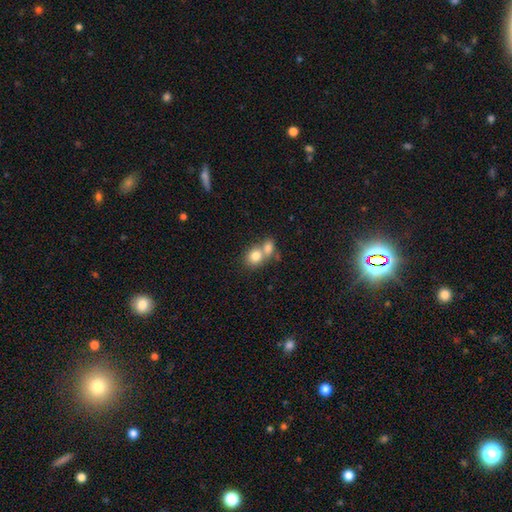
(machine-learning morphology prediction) smooth_or_featured: smooth (p=0.78) [alt: featured or disk p=0.13]
how_rounded: round (p=0.68) [alt: in between p=0.31]
merging: merger (p=0.60) [alt: none p=0.31]